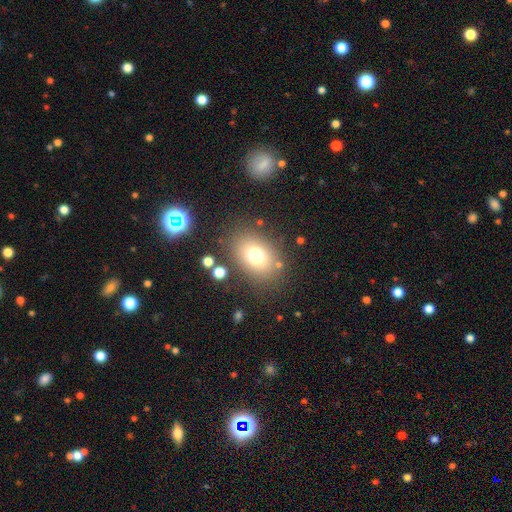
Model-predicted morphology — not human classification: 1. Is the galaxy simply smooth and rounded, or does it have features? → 73% smooth, 14% star or artifact, 13% featured or disk.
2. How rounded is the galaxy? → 67% in between, 32% round, 1% cigar-shaped.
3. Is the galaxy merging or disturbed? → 80% none, 11% minor disturbance, 5% major disturbance, 4% merger.